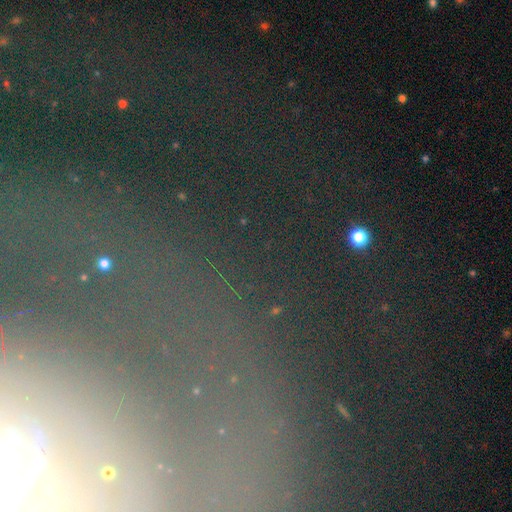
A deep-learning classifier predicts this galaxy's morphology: This appears to be a star or artifact, not a galaxy (63%).